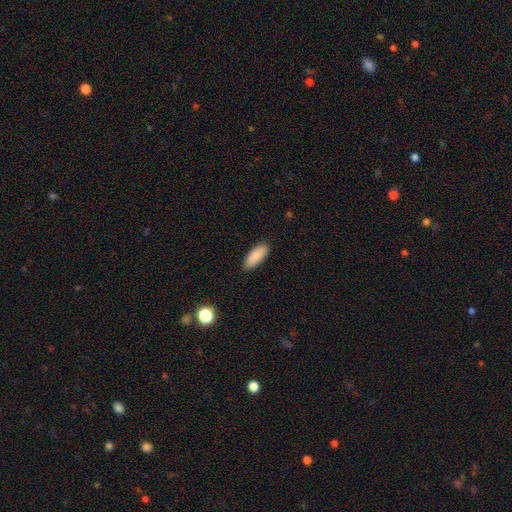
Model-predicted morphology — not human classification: A smooth galaxy with no disk features (87%) that is in between round and cigar-shaped (79%).

Vote fractions:
- Smooth or featured? smooth: 87% / featured or disk: 7% / star or artifact: 6%
- How rounded? in between: 79% / cigar-shaped: 19% / round: 2%
- Merging? none: 87% / minor disturbance: 10% / major disturbance: 2% / merger: 1%